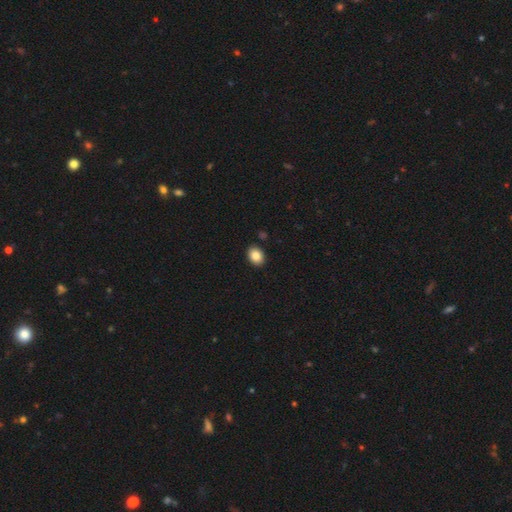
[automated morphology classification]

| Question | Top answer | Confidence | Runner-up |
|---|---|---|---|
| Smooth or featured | smooth | 86% | star or artifact (8%) |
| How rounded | in between | 66% | round (33%) |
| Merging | none | 90% | minor disturbance (7%) |